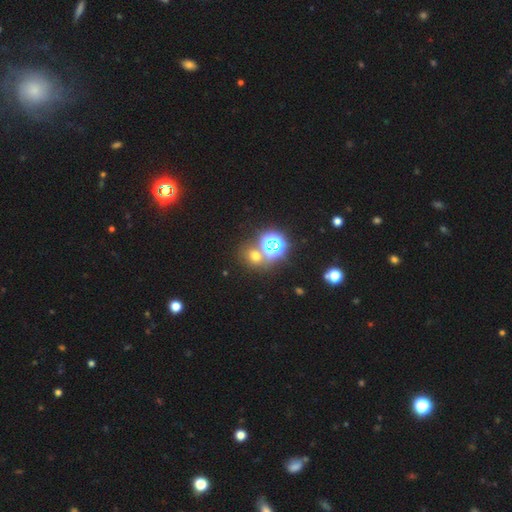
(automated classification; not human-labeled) This appears to be a smooth galaxy with no disk features (48%). Merging: none (65%).